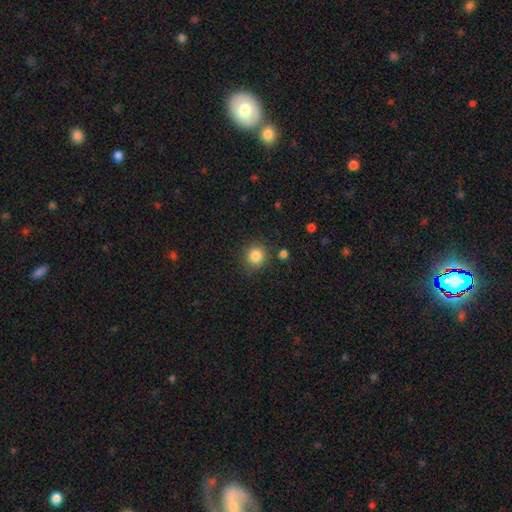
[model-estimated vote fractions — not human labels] Q: Smooth or featured?
A: smooth (85%); runner-up: star or artifact (11%)
Q: How rounded?
A: round (92%); runner-up: in between (7%)
Q: Merging?
A: none (87%); runner-up: minor disturbance (7%)